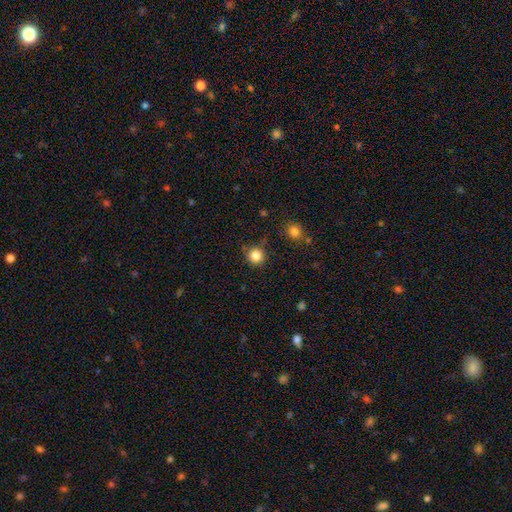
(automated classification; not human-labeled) Q: Smooth or featured?
A: smooth (84%); runner-up: star or artifact (12%)
Q: How rounded?
A: round (93%); runner-up: in between (6%)
Q: Merging?
A: none (84%); runner-up: minor disturbance (10%)